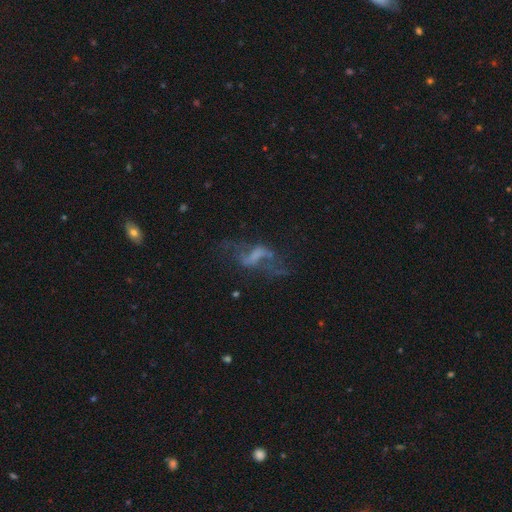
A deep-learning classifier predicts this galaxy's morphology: Smooth or featured: featured or disk — 60% (smooth — 23%)
Edge-on disk: no — 92% (yes — 8%)
Bar: no — 42% (weak — 33%)
Spiral arms: no — 52% (yes — 48%)
Bulge size: none — 61% (small — 18%)
Merging: none — 38% (tied with major disturbance — 38%)